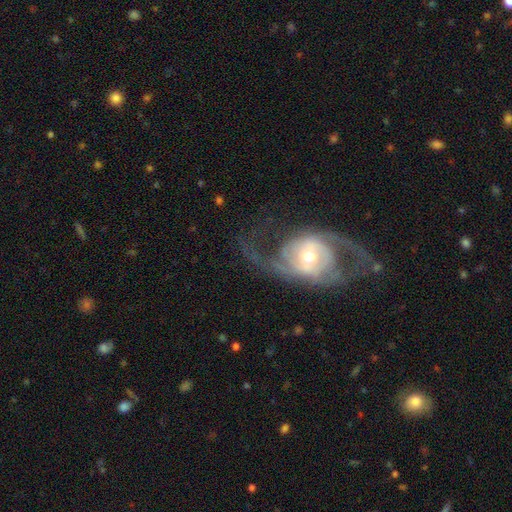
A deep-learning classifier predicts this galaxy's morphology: Smooth or featured? featured or disk (84%)
Edge-on disk? no (95%)
Bar? no (45%)
Spiral arms? yes (90%)
Spiral winding? medium (44%)
Spiral arm count? 2 (88%)
Bulge size? moderate (47%)
Merging? none (64%)